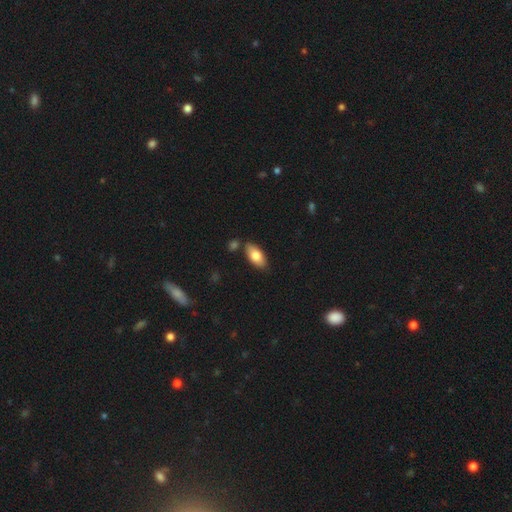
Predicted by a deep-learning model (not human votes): A smooth galaxy with no disk features (79%) that is in between round and cigar-shaped (91%). Merging: none (80%).